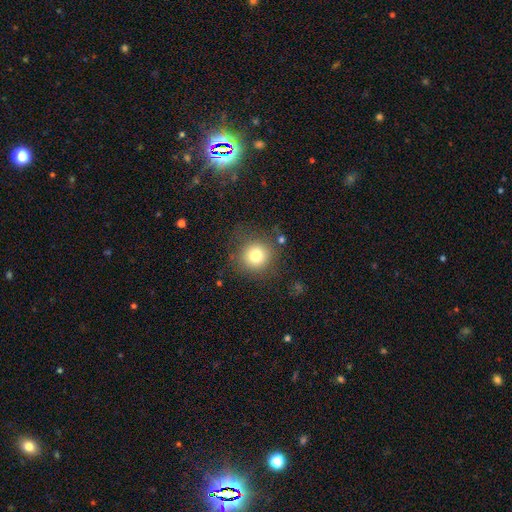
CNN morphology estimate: smooth_or_featured: smooth (p=0.78) [alt: star or artifact p=0.12]
how_rounded: round (p=0.92) [alt: in between p=0.07]
merging: none (p=0.81) [alt: minor disturbance p=0.11]